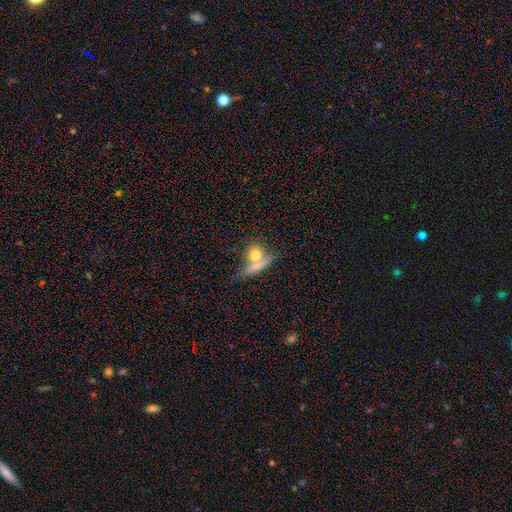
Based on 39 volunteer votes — smooth-or-featured: smooth: 72% | featured or disk: 26% | star or artifact: 3%
  how-rounded: round: 71% | in between: 18% | cigar-shaped: 11%
  merging: none: 50% | merger: 37% | minor disturbance: 11% | major disturbance: 3%